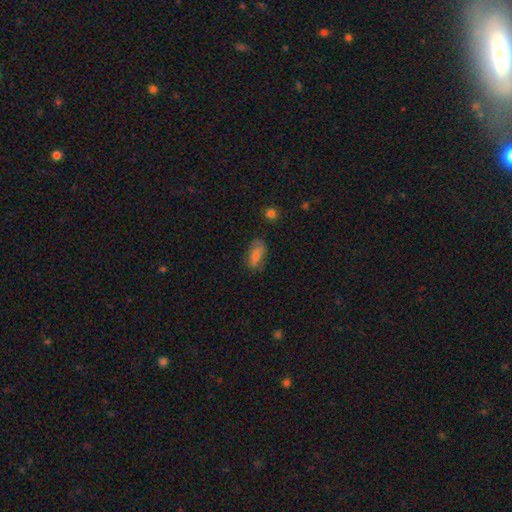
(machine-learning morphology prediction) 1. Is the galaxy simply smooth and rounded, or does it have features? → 72% smooth, 17% featured or disk, 11% star or artifact.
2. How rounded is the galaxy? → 83% in between, 11% cigar-shaped, 5% round.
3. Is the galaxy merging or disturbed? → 74% none, 19% minor disturbance, 5% major disturbance, 2% merger.